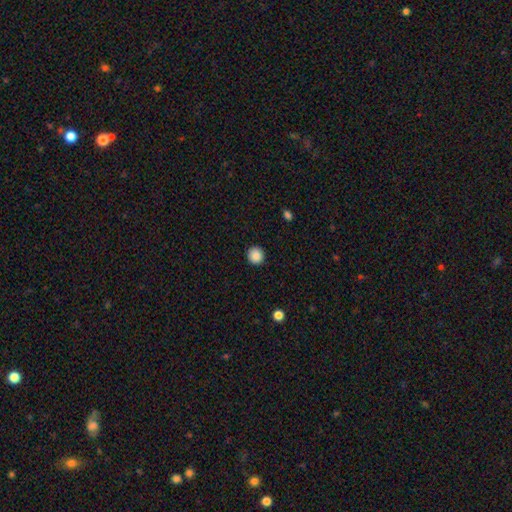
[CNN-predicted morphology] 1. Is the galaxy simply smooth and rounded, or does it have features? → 88% smooth, 9% star or artifact, 3% featured or disk.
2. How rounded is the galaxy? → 92% round, 7% in between, 1% cigar-shaped.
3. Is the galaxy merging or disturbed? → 92% none, 6% minor disturbance, 2% major disturbance, 1% merger.